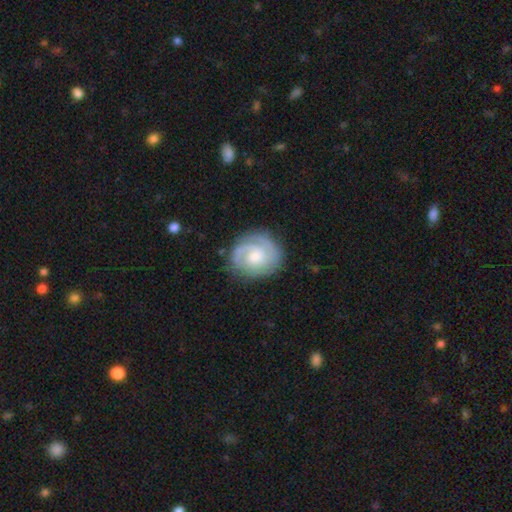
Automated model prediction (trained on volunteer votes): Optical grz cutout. It shows a featured or disk galaxy (78%) with no bar (70%), 2 (41%) tight (67%) spiral arms (95%) and a moderate central bulge (44%). Merging: none (77%).